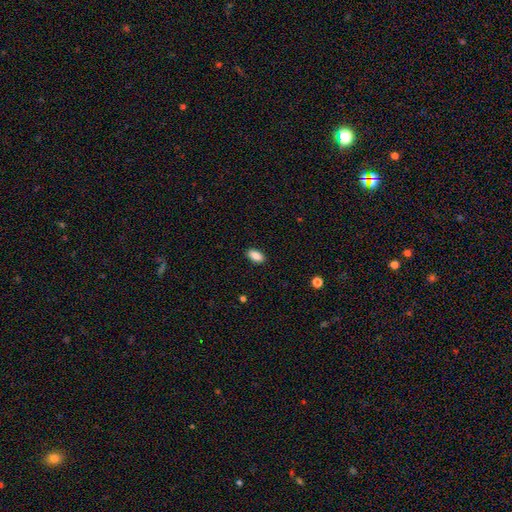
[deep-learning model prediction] The model was most divided on "smooth or featured": smooth: 85%, star or artifact: 8%, featured or disk: 7%. More confident: how rounded — in between (92%); merging — none (90%).